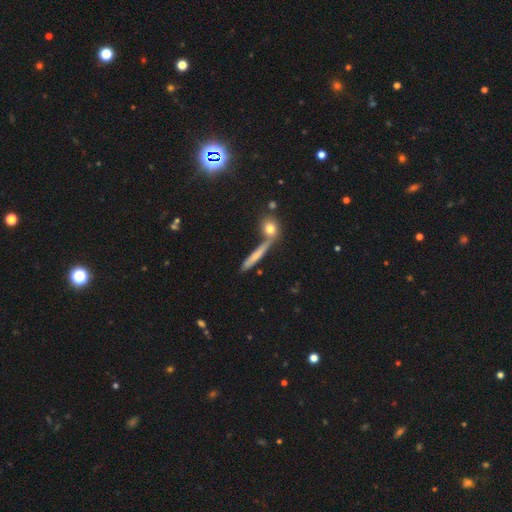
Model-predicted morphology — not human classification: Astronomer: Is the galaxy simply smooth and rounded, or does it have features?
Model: smooth — 63%.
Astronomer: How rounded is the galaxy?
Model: cigar-shaped — 84%.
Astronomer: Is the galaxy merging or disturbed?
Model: none — 67%.